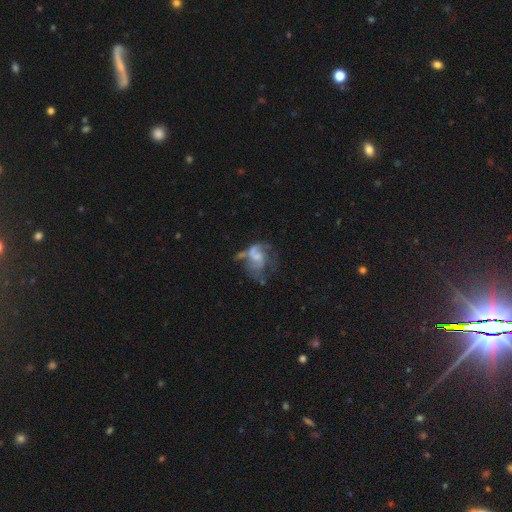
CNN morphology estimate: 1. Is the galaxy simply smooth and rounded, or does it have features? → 65% featured or disk, 25% smooth, 10% star or artifact.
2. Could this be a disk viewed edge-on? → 98% no, 2% yes.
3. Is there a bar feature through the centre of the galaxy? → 68% no, 27% weak, 5% strong.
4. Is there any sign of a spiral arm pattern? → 64% yes, 36% no.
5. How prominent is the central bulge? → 36% small, 29% none, 28% moderate, 6% large, 2% dominant.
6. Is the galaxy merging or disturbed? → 41% major disturbance, 24% none, 18% minor disturbance, 18% merger.